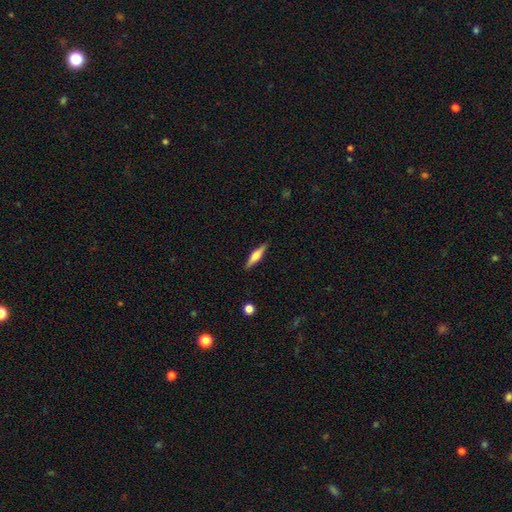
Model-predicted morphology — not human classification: The model was most divided on "smooth or featured": featured or disk: 57%, smooth: 37%, star or artifact: 6%. More confident: edge-on disk — yes (97%); merging — none (89%); edge-on bulge — rounded (84%).